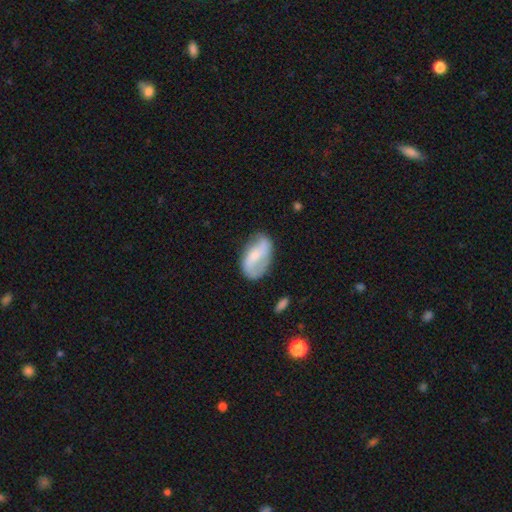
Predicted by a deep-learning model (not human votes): Smooth or featured?
  - featured or disk: 55% *
  - smooth: 38%
  - star or artifact: 7%
Edge-on disk?
  - no: 95% *
  - yes: 5%
Bar?
  - weak: 39% *
  - no: 37%
  - strong: 24%
Spiral arms?
  - yes: 77% *
  - no: 23%
Bulge size?
  - small: 41% *
  - moderate: 32%
  - none: 19%
  - large: 6%
  - dominant: 2%
Merging?
  - none: 61% *
  - minor disturbance: 25%
  - major disturbance: 11%
  - merger: 3%